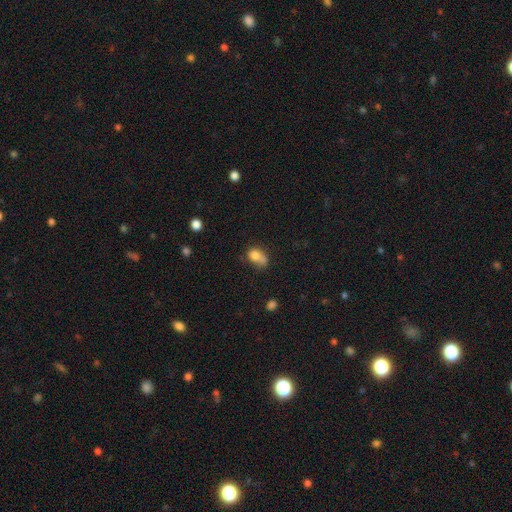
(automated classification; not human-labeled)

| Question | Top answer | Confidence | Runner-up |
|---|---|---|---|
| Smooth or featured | smooth | 76% | featured or disk (14%) |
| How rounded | in between | 63% | round (35%) |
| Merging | merger | 31% | none (29%) |